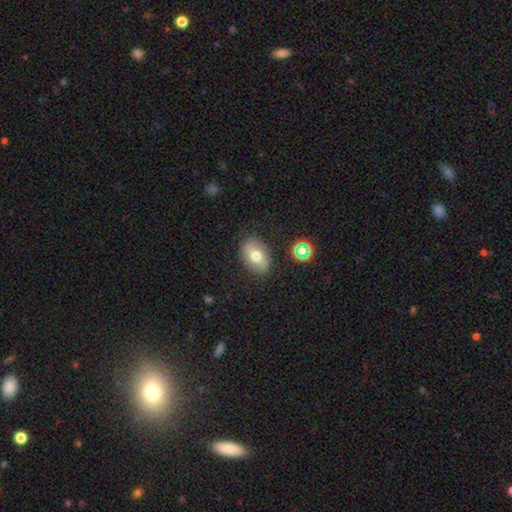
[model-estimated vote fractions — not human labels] This is likely a smooth galaxy (63%). How rounded: likely in between (78%). Merging: clearly none (83%).